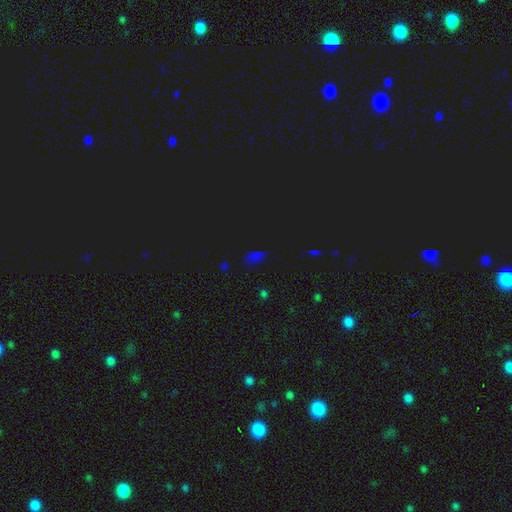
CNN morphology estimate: Overall: star or artifact (58%; smooth 35%).